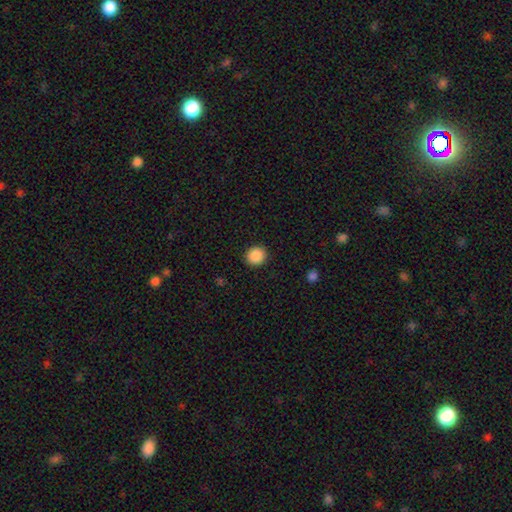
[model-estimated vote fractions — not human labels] Smooth or featured: smooth — 88% (star or artifact — 9%)
How rounded: round — 87% (in between — 12%)
Merging: none — 91% (minor disturbance — 6%)